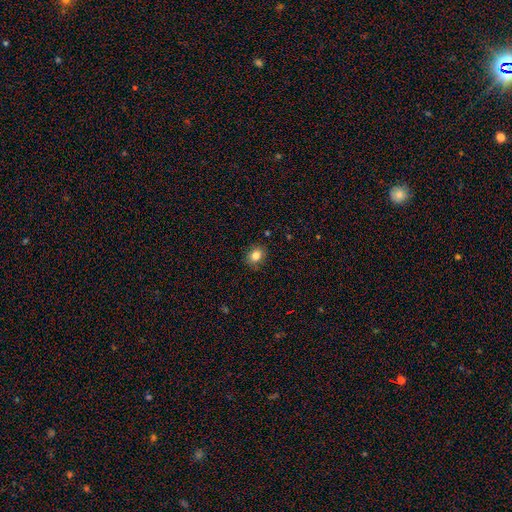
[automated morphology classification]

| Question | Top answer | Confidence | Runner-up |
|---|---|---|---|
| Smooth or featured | smooth | 82% | star or artifact (11%) |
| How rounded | round | 55% | in between (44%) |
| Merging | none | 87% | minor disturbance (10%) |